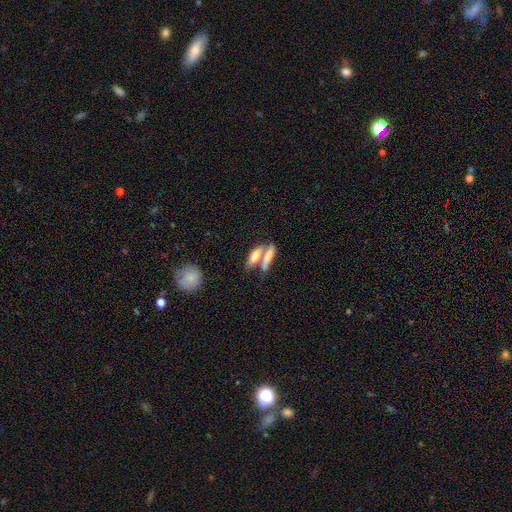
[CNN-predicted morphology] Smooth or featured: smooth — 69% (featured or disk — 24%)
How rounded: in between — 48% (tied with cigar-shaped — 48%)
Merging: merger — 48% (none — 38%)